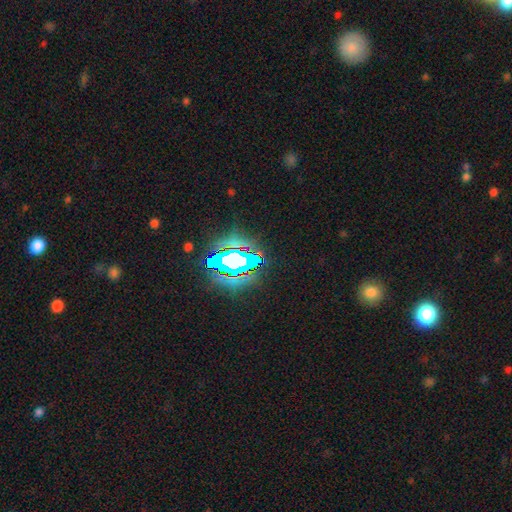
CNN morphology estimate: Smooth or featured? Predicted: star or artifact (p=0.69).